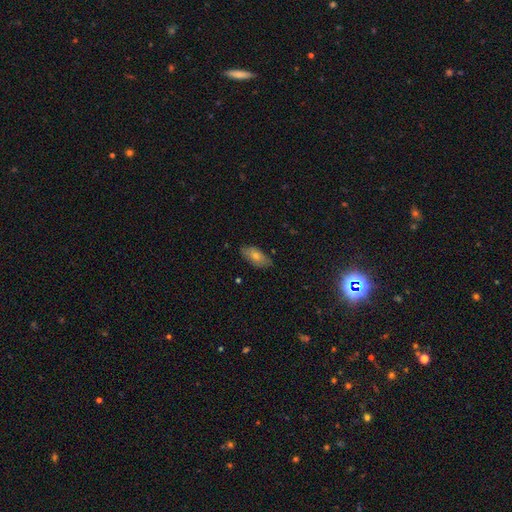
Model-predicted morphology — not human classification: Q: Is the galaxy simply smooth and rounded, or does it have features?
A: smooth — 57%.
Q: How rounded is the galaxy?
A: in between — 86%.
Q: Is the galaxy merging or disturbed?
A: none — 83%.